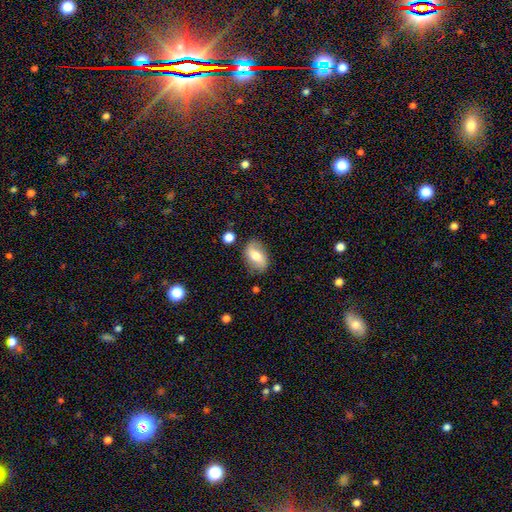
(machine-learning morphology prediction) smooth-or-featured: smooth: 54% | featured or disk: 39% | star or artifact: 8%
  how-rounded: in between: 85% | round: 12% | cigar-shaped: 3%
  merging: none: 75% | minor disturbance: 18% | major disturbance: 5% | merger: 3%